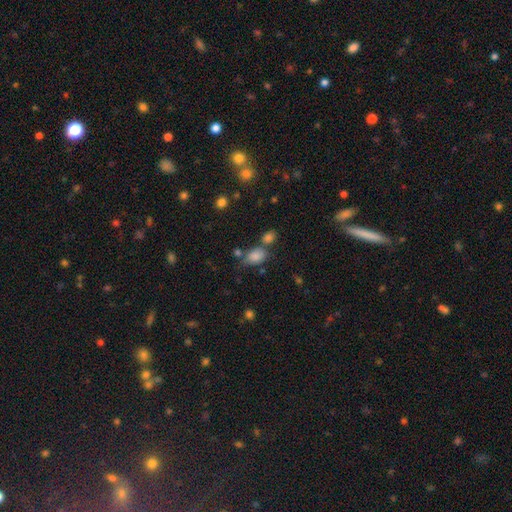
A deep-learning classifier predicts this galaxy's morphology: smooth_or_featured: smooth (p=0.82) [alt: star or artifact p=0.11]
how_rounded: in between (p=0.80) [alt: round p=0.19]
merging: none (p=0.52) [alt: merger p=0.23]